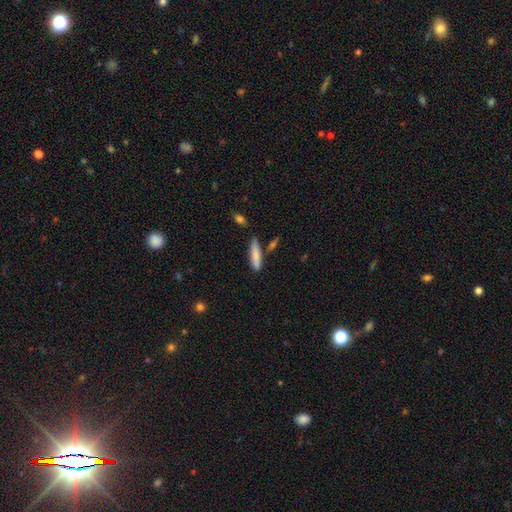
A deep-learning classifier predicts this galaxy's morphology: Smooth or featured? smooth (78%)
How rounded? cigar-shaped (74%)
Merging? none (74%)